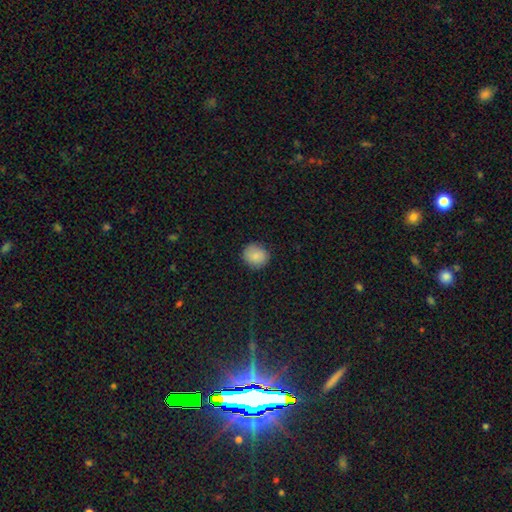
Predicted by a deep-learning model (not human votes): Smooth or featured? smooth (86%)
How rounded? round (87%)
Merging? none (87%)